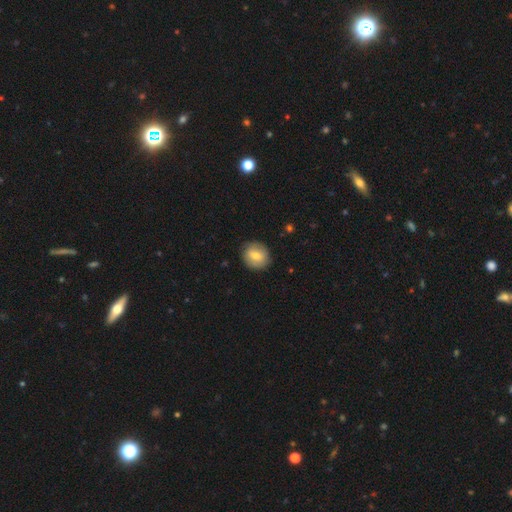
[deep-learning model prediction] A smooth galaxy with no disk features (69%) that is round (81%). Merging: none (85%).